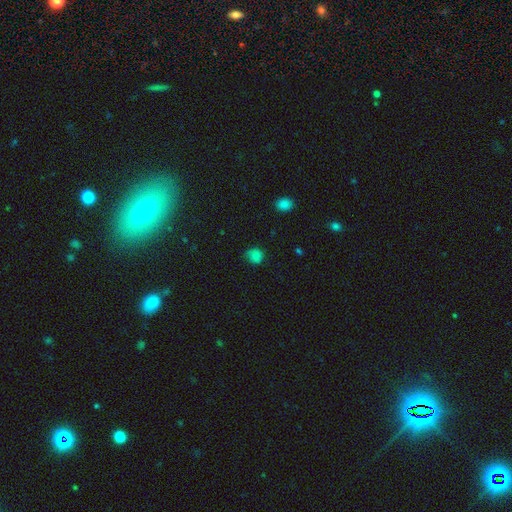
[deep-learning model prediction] smooth 78%, star or artifact 14%, featured or disk 7%. Down the decision tree: how rounded — round (79%); merging — none (60%).